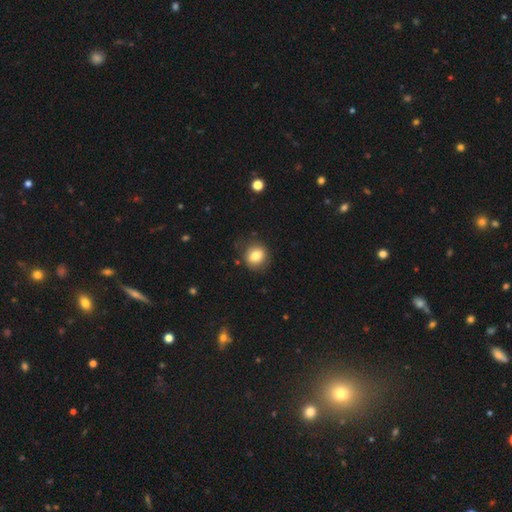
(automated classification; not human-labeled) Smooth or featured? Predicted: smooth (p=0.80). How rounded? Predicted: round (p=0.70). Merging? Predicted: none (p=0.82).